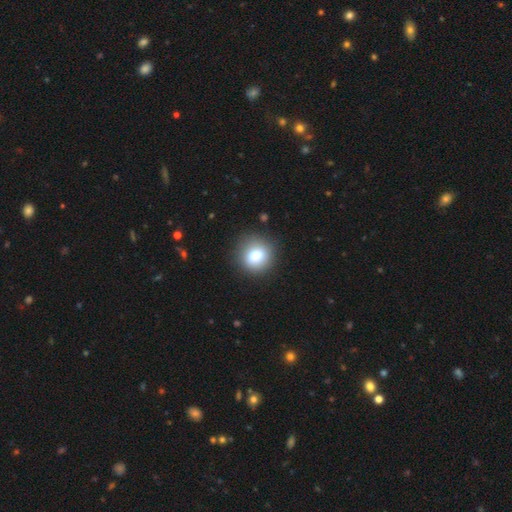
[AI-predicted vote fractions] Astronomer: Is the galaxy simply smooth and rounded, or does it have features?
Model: smooth — 79%.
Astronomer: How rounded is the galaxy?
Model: round — 86%.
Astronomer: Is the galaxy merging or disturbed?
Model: none — 87%.